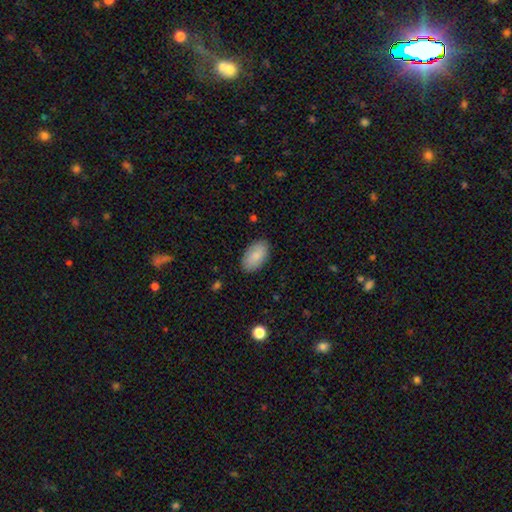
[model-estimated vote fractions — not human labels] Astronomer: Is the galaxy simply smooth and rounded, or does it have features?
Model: smooth — 86%.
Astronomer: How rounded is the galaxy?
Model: in between — 95%.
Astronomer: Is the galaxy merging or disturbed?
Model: none — 87%.